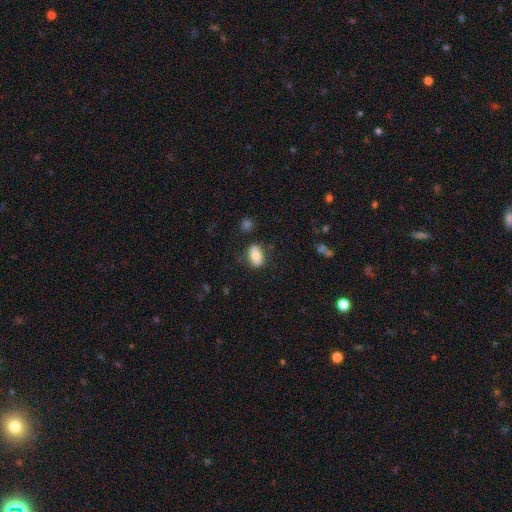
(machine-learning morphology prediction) Smooth or featured? smooth (73%)
How rounded? in between (88%)
Merging? none (78%)